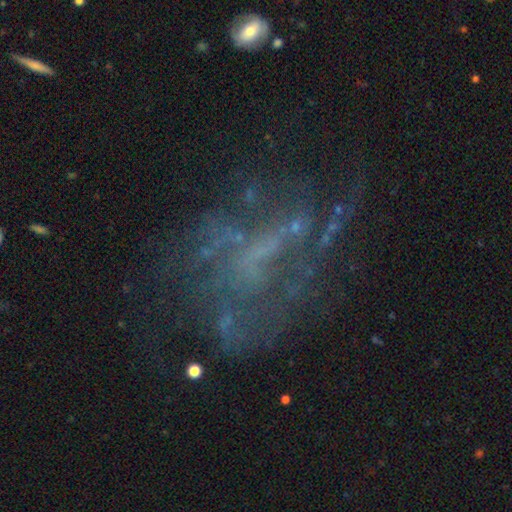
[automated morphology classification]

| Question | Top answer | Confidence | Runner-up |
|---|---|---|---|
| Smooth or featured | featured or disk | 55% | star or artifact (31%) |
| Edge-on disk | no | 93% | yes (7%) |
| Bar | no | 70% | weak (19%) |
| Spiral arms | no | 70% | yes (30%) |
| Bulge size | none | 77% | small (12%) |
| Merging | none | 48% | major disturbance (31%) |